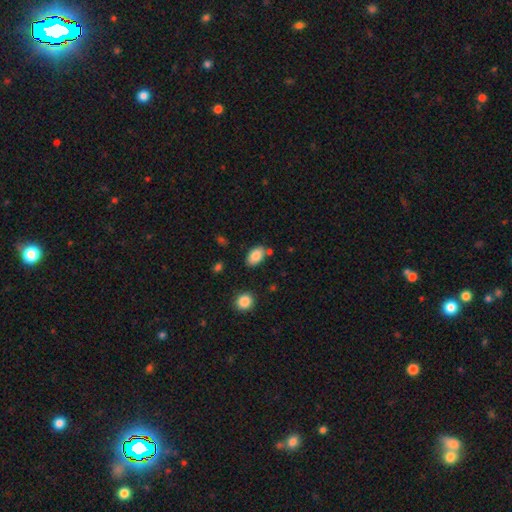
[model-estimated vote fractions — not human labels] smooth 85%, star or artifact 8%, featured or disk 7%. Down the decision tree: how rounded — in between (91%); merging — none (76%).